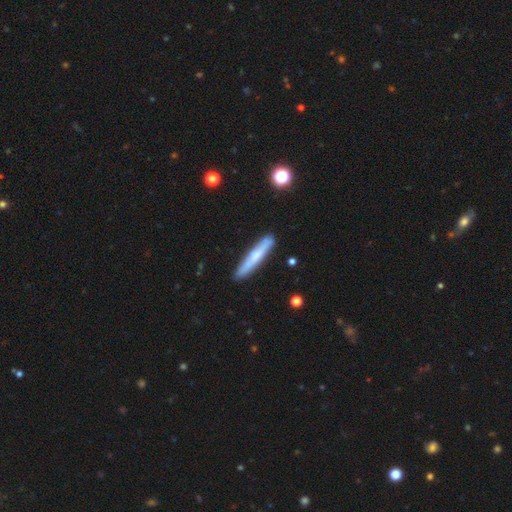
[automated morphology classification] smooth_or_featured: smooth (p=0.59) [alt: featured or disk p=0.35]
how_rounded: cigar-shaped (p=0.94) [alt: in between p=0.05]
merging: none (p=0.86) [alt: minor disturbance p=0.10]